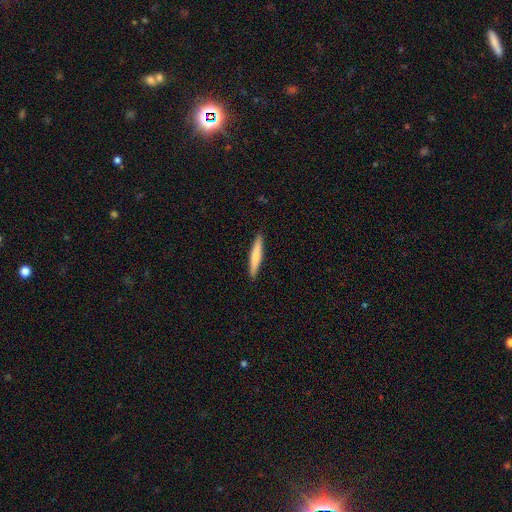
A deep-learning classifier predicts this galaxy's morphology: smooth_or_featured: smooth (p=0.73) [alt: featured or disk p=0.22]
how_rounded: cigar-shaped (p=0.93) [alt: in between p=0.06]
merging: none (p=0.91) [alt: minor disturbance p=0.06]